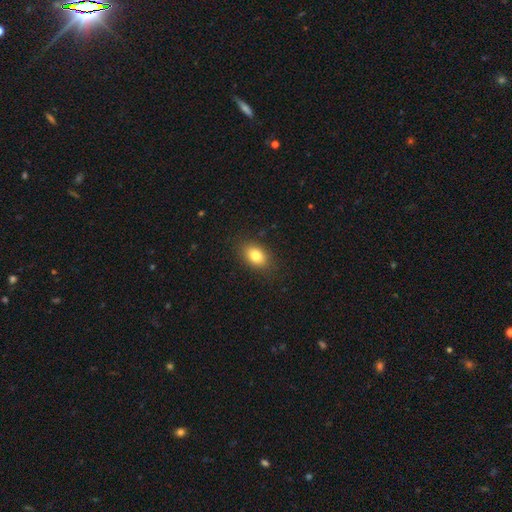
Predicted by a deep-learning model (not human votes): A smooth galaxy with no disk features (81%) that is in between round and cigar-shaped (79%). Merging: none (87%).